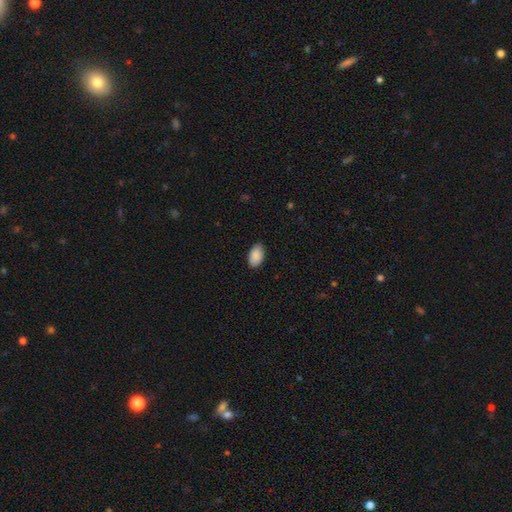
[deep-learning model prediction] Smooth or featured? Predicted: smooth (p=0.91). How rounded? Predicted: in between (p=0.94). Merging? Predicted: none (p=0.87).